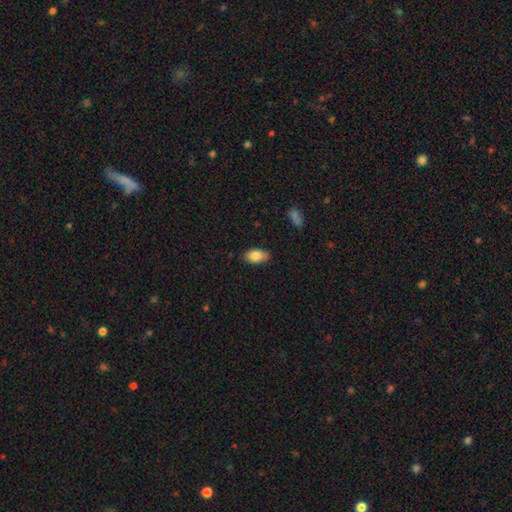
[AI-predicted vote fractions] The model was most divided on "merging": none: 75%, minor disturbance: 21%, major disturbance: 3%, merger: 1%. More confident: how rounded — in between (93%); smooth or featured — smooth (86%).